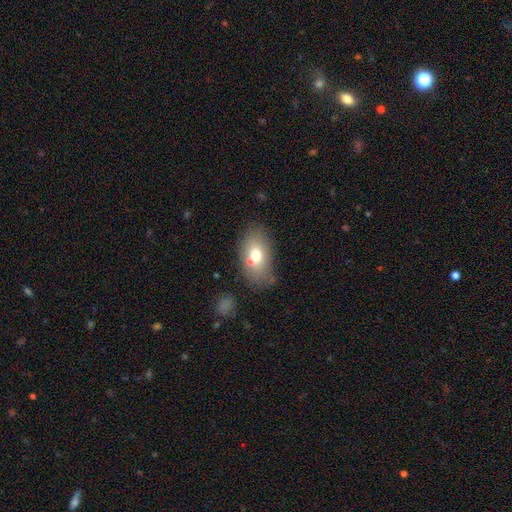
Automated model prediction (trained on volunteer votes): smooth_or_featured: smooth (p=0.69) [alt: featured or disk p=0.21]
how_rounded: in between (p=0.87) [alt: round p=0.12]
merging: none (p=0.71) [alt: minor disturbance p=0.17]